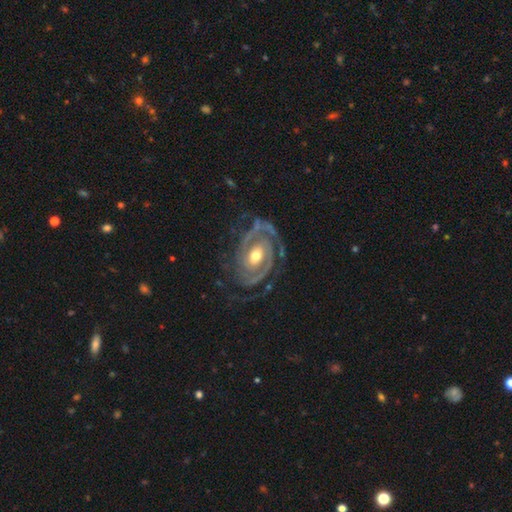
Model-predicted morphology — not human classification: featured or disk 92%, smooth 4%, star or artifact 4%. Down the decision tree: edge-on disk — no (97%); bar — no (58%); spiral arms — yes (98%); spiral arm count — 2 (73%); spiral winding — tight (65%); bulge size — moderate (72%); merging — none (72%).